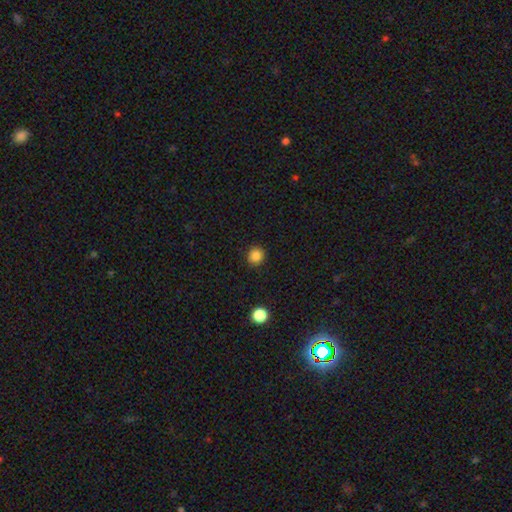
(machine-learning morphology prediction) This is clearly a smooth galaxy (85%). How rounded: clearly round (92%). Merging: clearly none (90%).